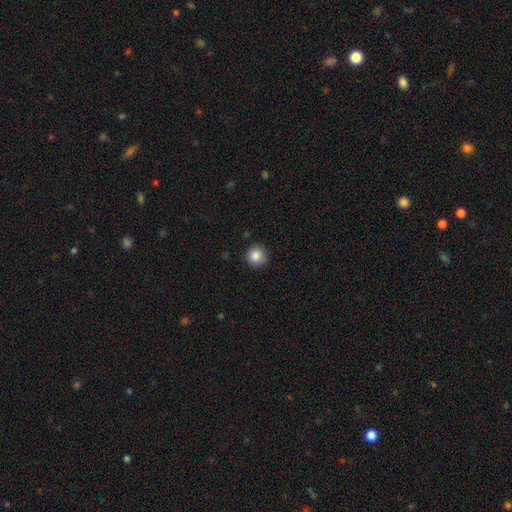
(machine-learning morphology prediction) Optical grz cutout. It shows a smooth galaxy with no disk features (86%) that is round (94%). Merging: none (89%).